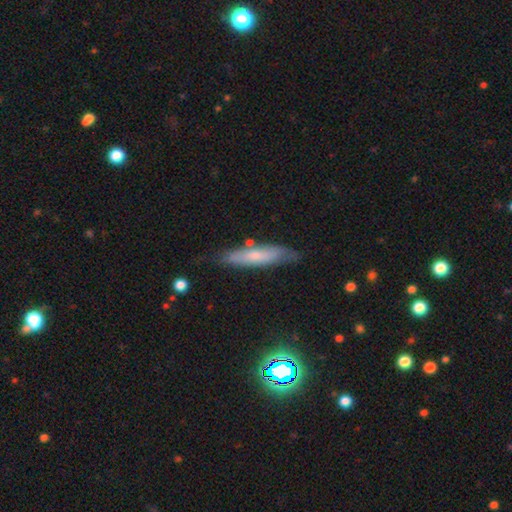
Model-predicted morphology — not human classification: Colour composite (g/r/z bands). It shows a smooth galaxy with no disk features (59%) that is cigar-shaped (80%). Merging: none (72%).